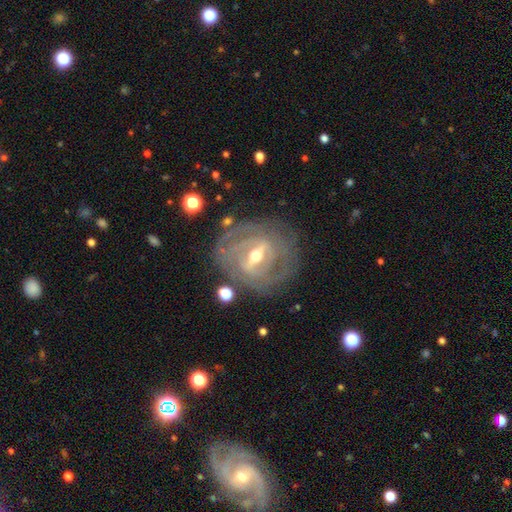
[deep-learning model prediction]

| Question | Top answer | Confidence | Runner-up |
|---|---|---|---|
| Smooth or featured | featured or disk | 85% | smooth (8%) |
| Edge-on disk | no | 92% | yes (8%) |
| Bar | strong | 56% | weak (34%) |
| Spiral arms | yes | 83% | no (17%) |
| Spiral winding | tight | 71% | medium (23%) |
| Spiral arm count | can't tell | 44% | 2 (23%) |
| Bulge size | moderate | 56% | small (40%) |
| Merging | none | 77% | minor disturbance (14%) |